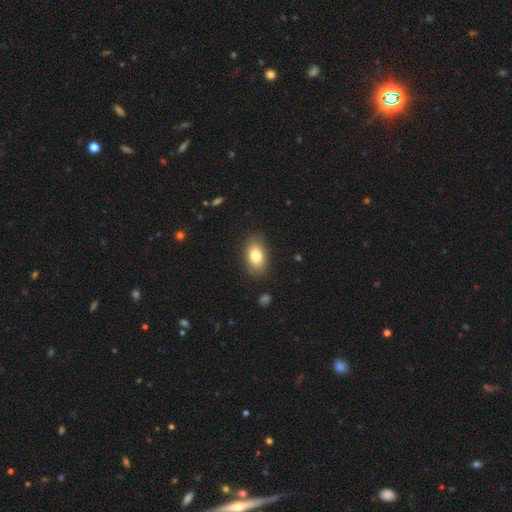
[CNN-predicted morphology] This is clearly a smooth galaxy (80%). How rounded: clearly in between (89%). Merging: clearly none (83%).